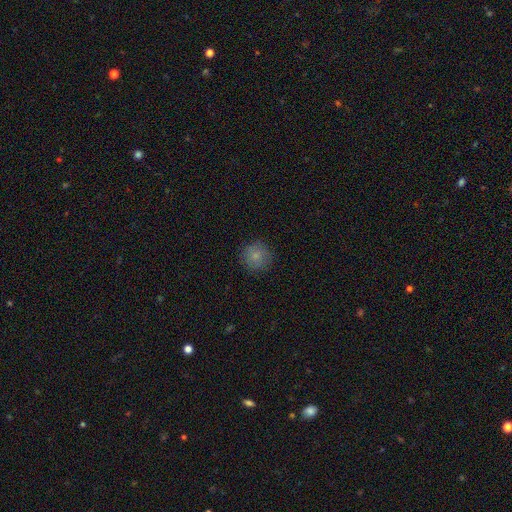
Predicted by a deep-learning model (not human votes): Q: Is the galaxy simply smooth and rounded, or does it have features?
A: smooth — 81%.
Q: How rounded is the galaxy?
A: round — 94%.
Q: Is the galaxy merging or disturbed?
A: none — 87%.